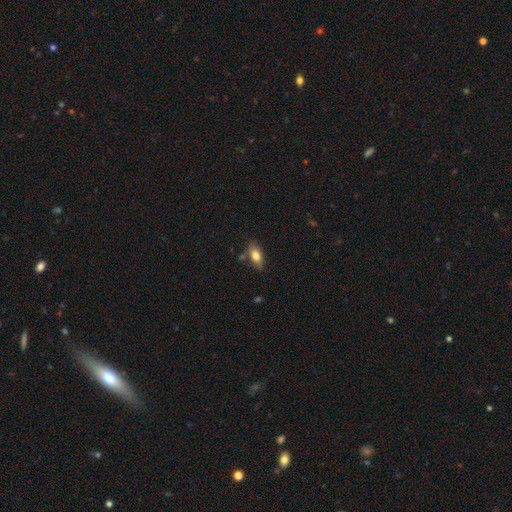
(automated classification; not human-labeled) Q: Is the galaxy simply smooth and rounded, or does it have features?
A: smooth — 78%.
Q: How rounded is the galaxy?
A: in between — 84%.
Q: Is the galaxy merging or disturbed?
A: none — 76%.